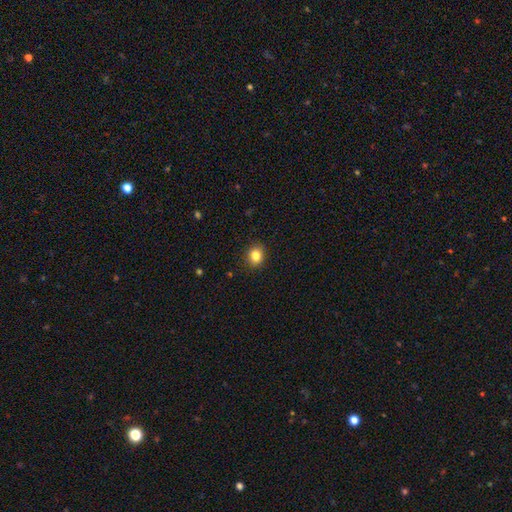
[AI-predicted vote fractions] Smooth or featured: smooth — 83% (star or artifact — 11%)
How rounded: round — 64% (in between — 35%)
Merging: none — 90% (minor disturbance — 7%)